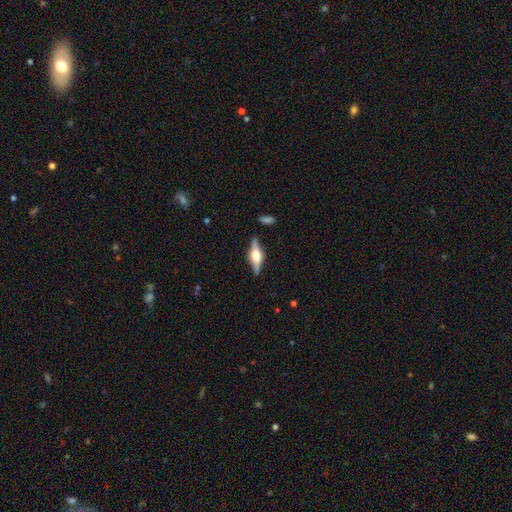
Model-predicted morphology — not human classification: featured or disk 72%, smooth 22%, star or artifact 6%. Down the decision tree: edge-on disk — yes (96%); edge-on bulge — rounded (90%); merging — none (85%).